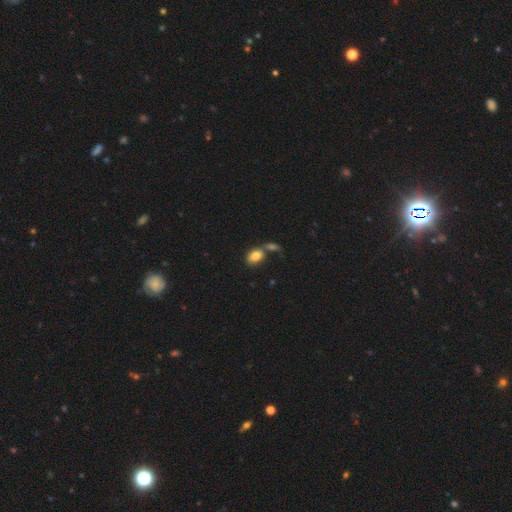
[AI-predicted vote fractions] The model was most divided on "merging": none: 43%, merger: 37%, minor disturbance: 13%, major disturbance: 7%. More confident: how rounded — in between (82%); smooth or featured — smooth (82%).